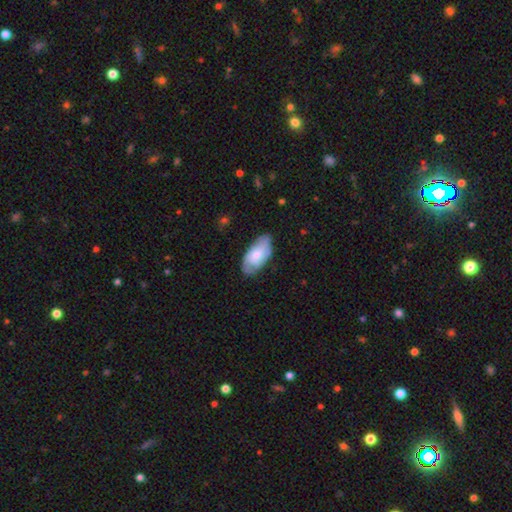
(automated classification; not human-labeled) smooth 49%, featured or disk 45%, star or artifact 6%. Down the decision tree: merging — none (73%).